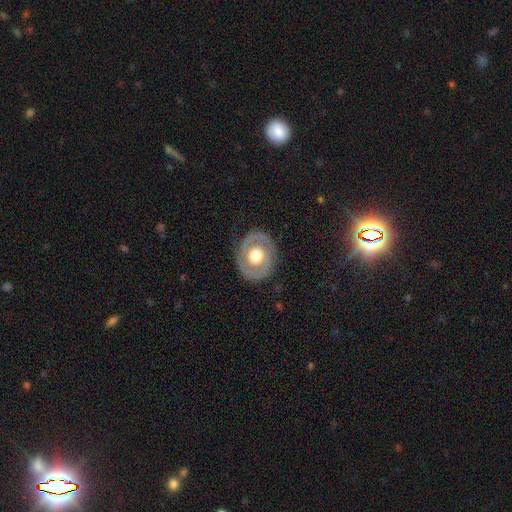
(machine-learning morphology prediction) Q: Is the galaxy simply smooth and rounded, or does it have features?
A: featured or disk — 69%.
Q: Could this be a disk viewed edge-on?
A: no — 96%.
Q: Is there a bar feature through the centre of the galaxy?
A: no — 80%.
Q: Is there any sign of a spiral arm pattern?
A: yes — 53%.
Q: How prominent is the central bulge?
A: moderate — 52%.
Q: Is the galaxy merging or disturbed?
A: none — 84%.